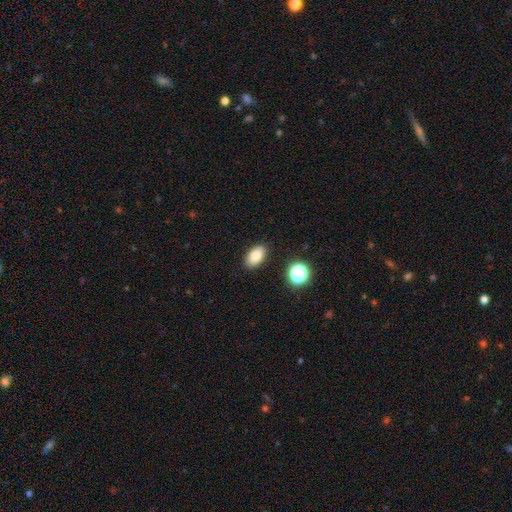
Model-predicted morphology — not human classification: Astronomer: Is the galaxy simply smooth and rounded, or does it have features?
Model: smooth — 81%.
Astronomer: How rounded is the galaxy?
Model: in between — 90%.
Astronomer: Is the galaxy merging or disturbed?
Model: none — 88%.